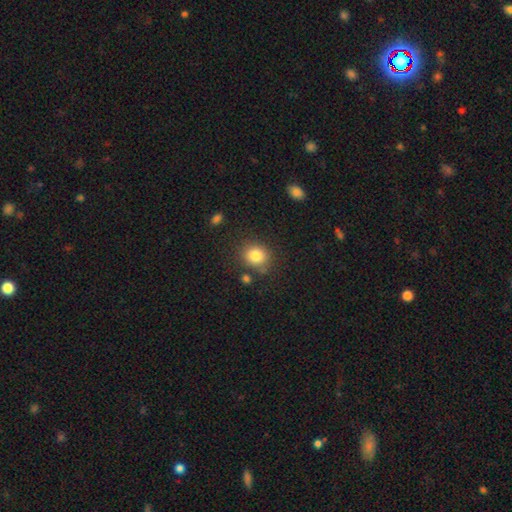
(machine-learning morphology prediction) type=smooth (83%); roundness=round (77%); merging=none (79%).